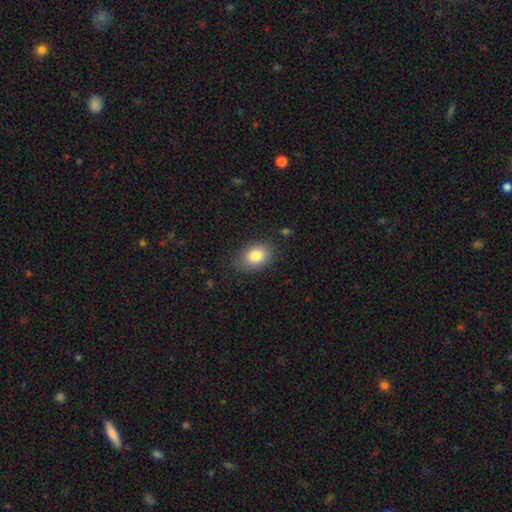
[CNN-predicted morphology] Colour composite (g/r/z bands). It shows a smooth galaxy with no disk features (83%) that is in between round and cigar-shaped (78%). Merging: none (77%).